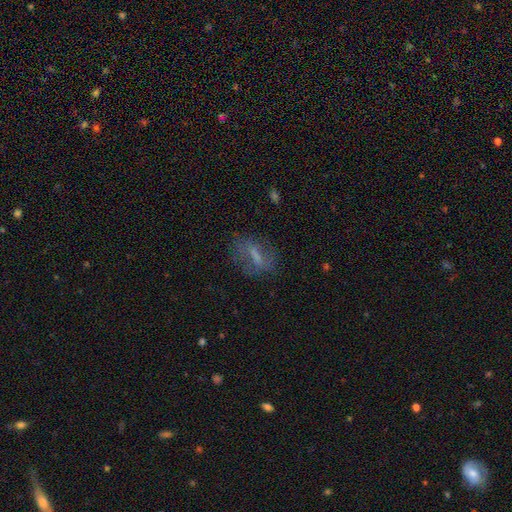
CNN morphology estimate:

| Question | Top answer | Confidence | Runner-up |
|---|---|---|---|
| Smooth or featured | smooth | 45% | featured or disk (42%) |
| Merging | none | 66% | minor disturbance (19%) |